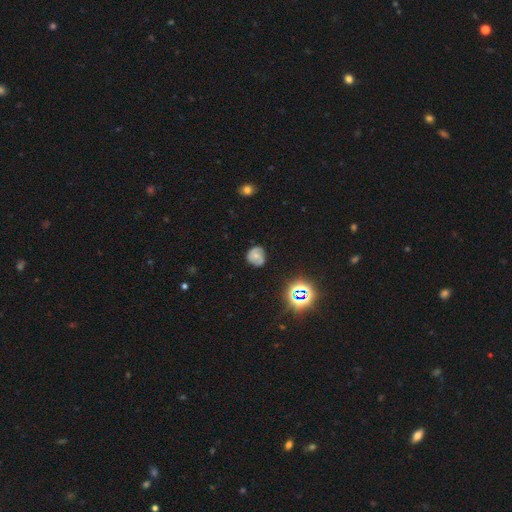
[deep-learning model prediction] Smooth or featured?
  - featured or disk: 50% *
  - smooth: 36%
  - star or artifact: 14%
Edge-on disk?
  - no: 97% *
  - yes: 3%
Merging?
  - none: 68% *
  - minor disturbance: 23%
  - major disturbance: 7%
  - merger: 2%